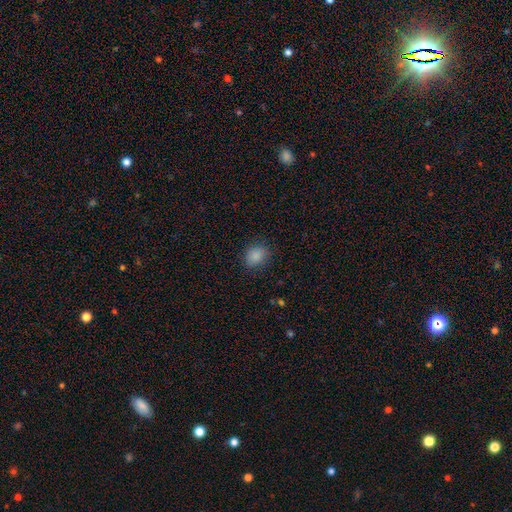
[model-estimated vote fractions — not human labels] A smooth galaxy with no disk features (86%) that is round (53%).

Vote fractions:
- Smooth or featured? smooth: 86% / star or artifact: 10% / featured or disk: 4%
- How rounded? round: 53% / in between: 46% / cigar-shaped: 1%
- Merging? none: 83% / minor disturbance: 13% / major disturbance: 3% / merger: 1%